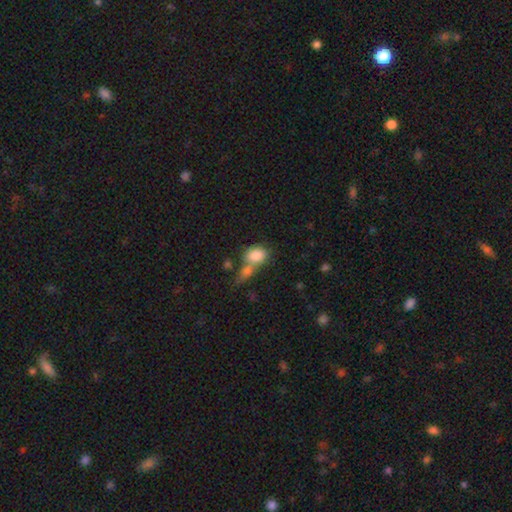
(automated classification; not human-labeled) smooth 84%, featured or disk 8%, star or artifact 8%. Down the decision tree: how rounded — in between (73%); merging — merger (50%).